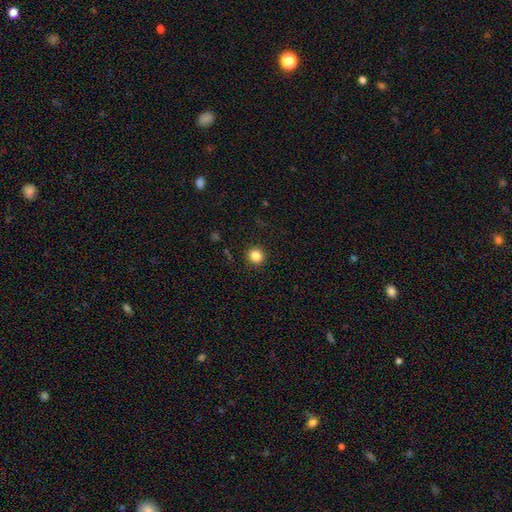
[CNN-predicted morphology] Smooth or featured?
  - smooth: 85% *
  - star or artifact: 11%
  - featured or disk: 4%
How rounded?
  - round: 91% *
  - in between: 8%
  - cigar-shaped: 1%
Merging?
  - none: 91% *
  - minor disturbance: 6%
  - major disturbance: 2%
  - merger: 1%